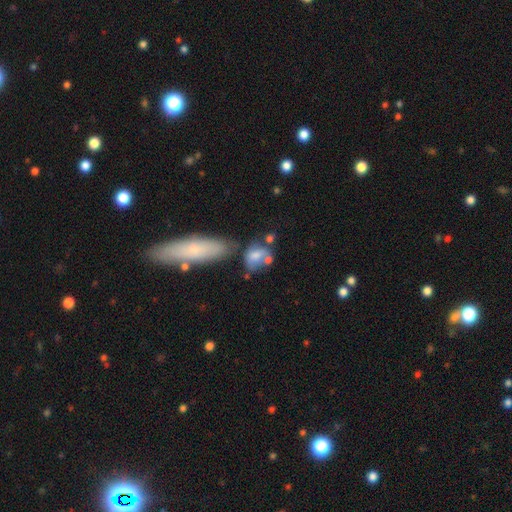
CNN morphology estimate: This appears to be a smooth galaxy with no disk features (62%) that is in between round and cigar-shaped (71%). Merging: none (32%).